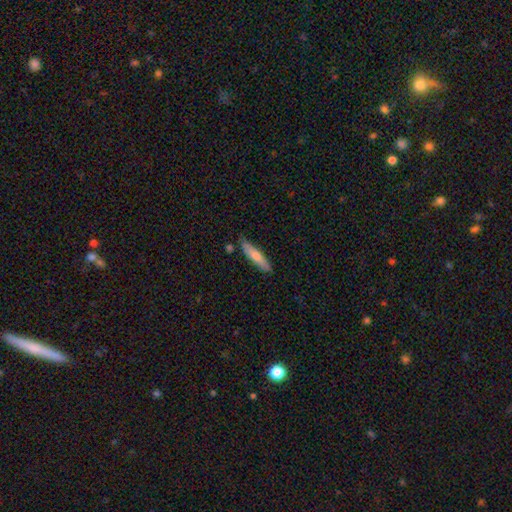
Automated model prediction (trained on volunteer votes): This is likely a smooth galaxy (66%). How rounded: clearly cigar-shaped (84%). Merging: clearly none (83%).